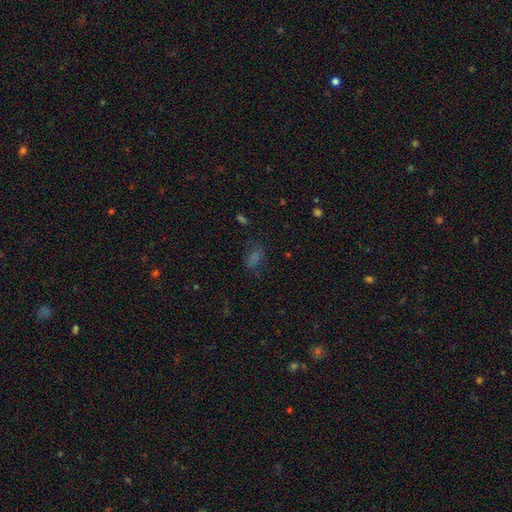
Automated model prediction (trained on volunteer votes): Q: Smooth or featured?
A: smooth (58%); runner-up: star or artifact (31%)
Q: How rounded?
A: in between (82%); runner-up: round (13%)
Q: Merging?
A: none (69%); runner-up: minor disturbance (18%)